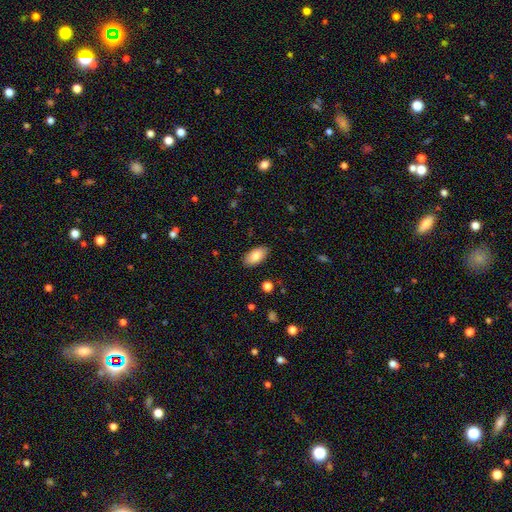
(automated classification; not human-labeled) Q: Smooth or featured?
A: smooth (83%); runner-up: featured or disk (11%)
Q: How rounded?
A: in between (94%); runner-up: cigar-shaped (3%)
Q: Merging?
A: none (87%); runner-up: minor disturbance (9%)